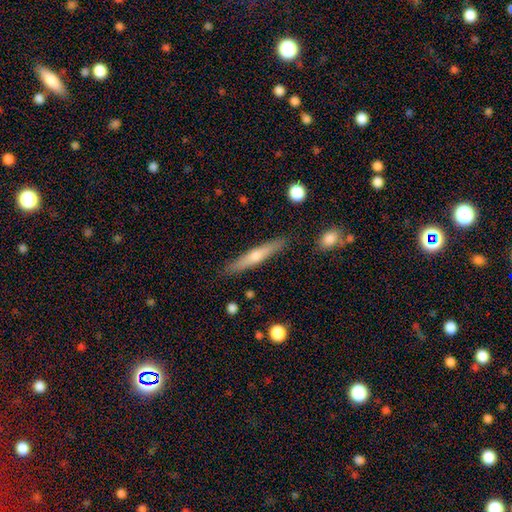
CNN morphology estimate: Q: Smooth or featured?
A: featured or disk (48%); runner-up: smooth (46%)
Q: Merging?
A: none (88%); runner-up: minor disturbance (9%)